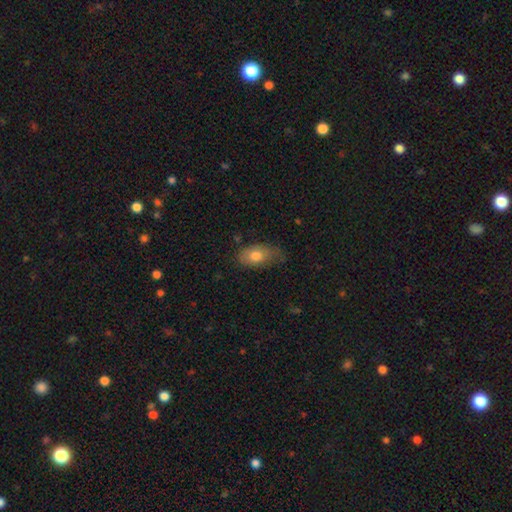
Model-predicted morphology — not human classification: The model was most divided on "merging": none: 52%, minor disturbance: 35%, major disturbance: 11%, merger: 2%. More confident: how rounded — in between (89%); smooth or featured — smooth (76%).